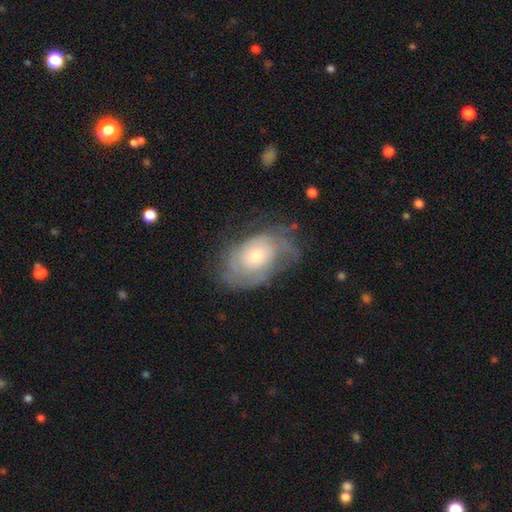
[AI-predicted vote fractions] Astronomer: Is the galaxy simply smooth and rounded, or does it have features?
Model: featured or disk — 70%.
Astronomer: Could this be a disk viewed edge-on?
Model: no — 95%.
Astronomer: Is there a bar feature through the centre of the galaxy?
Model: no — 80%.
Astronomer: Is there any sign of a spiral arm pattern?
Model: yes — 81%.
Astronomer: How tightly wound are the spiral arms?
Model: tight — 56%.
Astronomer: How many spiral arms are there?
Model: can't tell — 54%.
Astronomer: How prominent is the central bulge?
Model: moderate — 52% (runner-up: small, 39%).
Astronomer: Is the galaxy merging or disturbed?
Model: none — 54%.